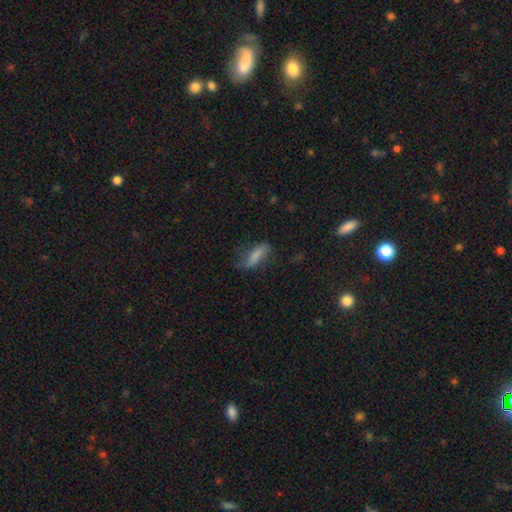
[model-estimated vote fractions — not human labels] The model was most divided on "how rounded": in between: 54%, cigar-shaped: 43%, round: 3%. More confident: smooth or featured — smooth (73%); merging — none (57%).